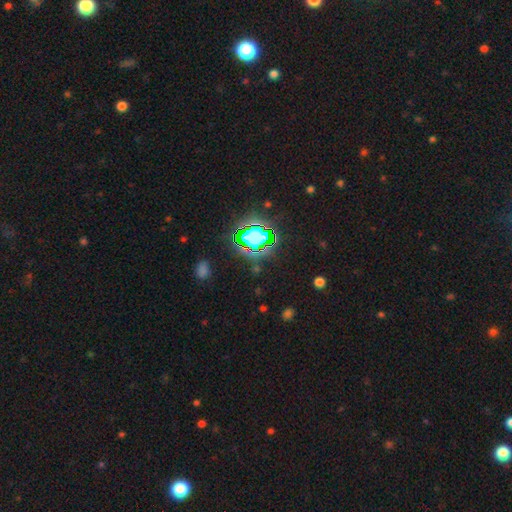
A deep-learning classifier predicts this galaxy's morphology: Smooth or featured: star or artifact — 82% (smooth — 11%)